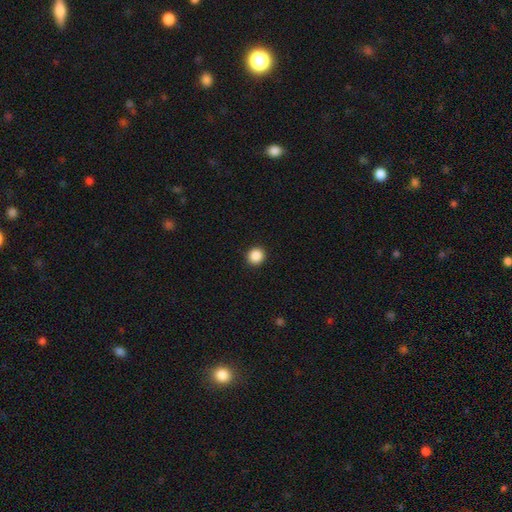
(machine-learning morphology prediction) Overall: smooth (88%). How rounded: round (93%). Merging: none (93%).